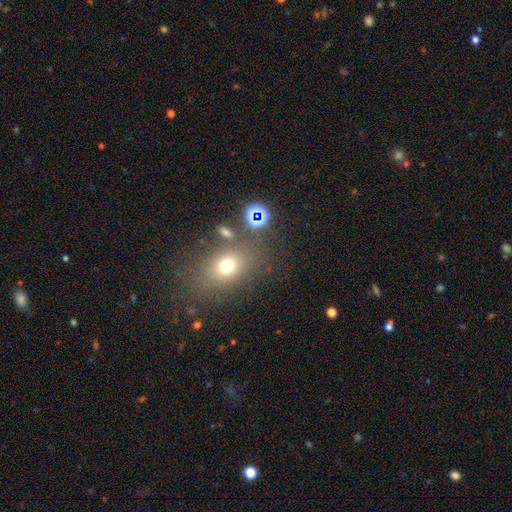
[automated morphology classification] smooth 58%, star or artifact 29%, featured or disk 14%. Down the decision tree: how rounded — in between (61%); merging — none (74%).